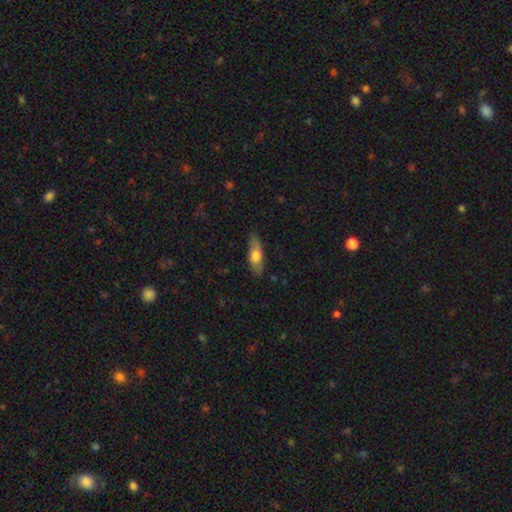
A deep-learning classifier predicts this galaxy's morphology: Q: Smooth or featured?
A: smooth (60%); runner-up: featured or disk (34%)
Q: How rounded?
A: in between (54%); runner-up: cigar-shaped (43%)
Q: Merging?
A: none (82%); runner-up: minor disturbance (14%)